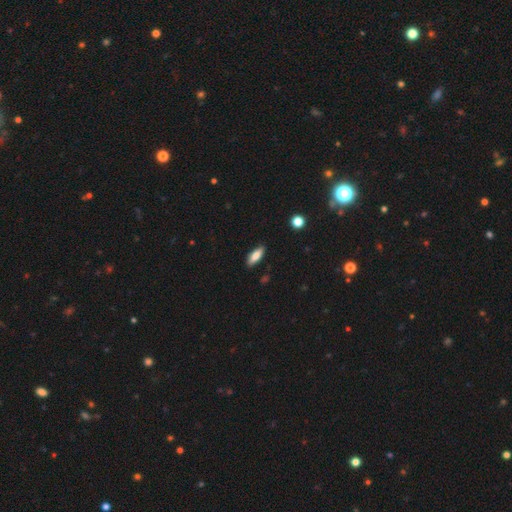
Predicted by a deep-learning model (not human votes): A smooth galaxy with no disk features (77%) that is in between round and cigar-shaped (66%). Merging: none (88%).